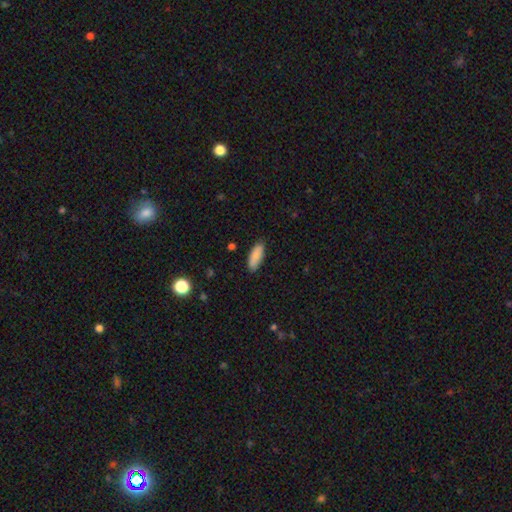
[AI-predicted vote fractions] Morphology: type=smooth (87%); roundness=in between (74%); merging=none (87%).